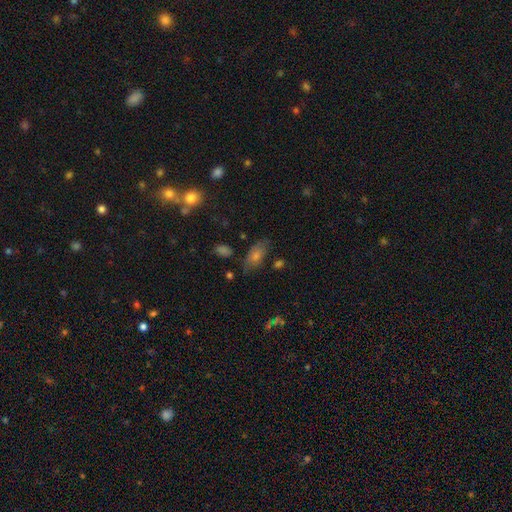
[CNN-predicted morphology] smooth 63%, featured or disk 19%, star or artifact 17%. Down the decision tree: how rounded — in between (83%); merging — none (73%).